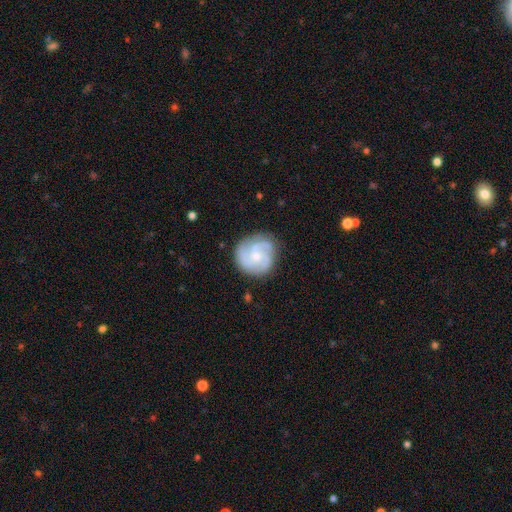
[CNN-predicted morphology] smooth-or-featured: featured or disk: 81% | smooth: 13% | star or artifact: 5%
  disk-edge-on: no: 98% | yes: 2%
    bar: no: 70% | weak: 26% | strong: 3%
    has-spiral-arms: yes: 97% | no: 3%
      spiral-winding: tight: 47% | medium: 43% | loose: 9%
      spiral-arm-count: 3: 62% | 2: 11% | 4: 10% | can't tell: 9% | 1: 4% | more than 4: 4%
    bulge-size: small: 62% | moderate: 32% | none: 3% | large: 1% | dominant: 1%
  merging: none: 80% | minor disturbance: 14% | major disturbance: 4% | merger: 1%